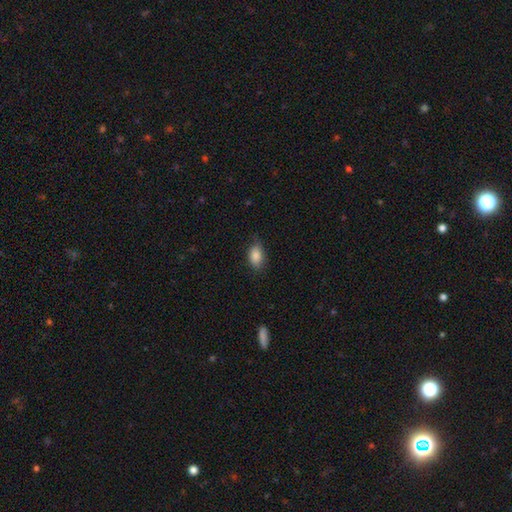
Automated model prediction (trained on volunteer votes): Smooth or featured: smooth — 87% (star or artifact — 7%)
How rounded: in between — 89% (round — 9%)
Merging: none — 73% (minor disturbance — 22%)